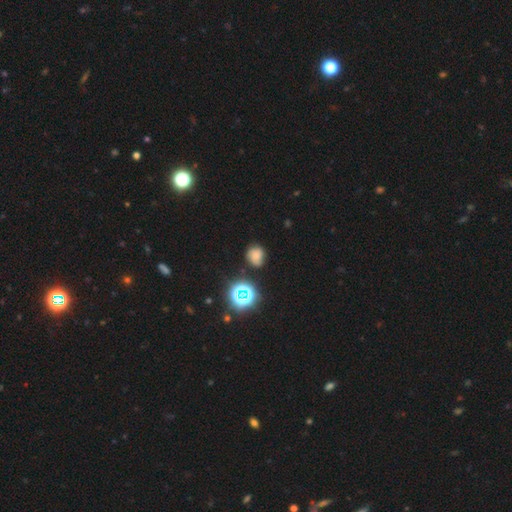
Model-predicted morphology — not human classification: Overall: smooth (62%). How rounded: round (73%). Merging: none (67%).